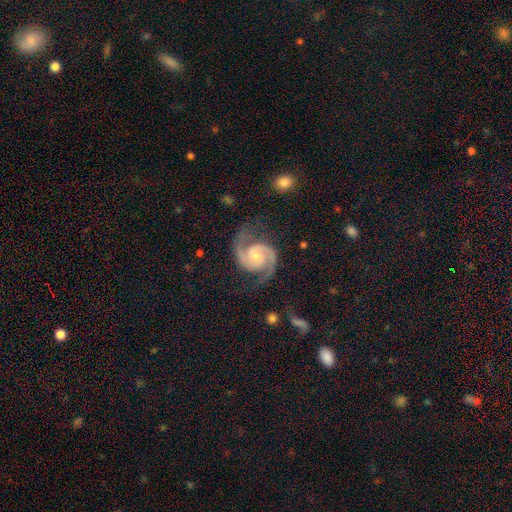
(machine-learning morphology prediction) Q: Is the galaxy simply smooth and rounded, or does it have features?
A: featured or disk — 94%.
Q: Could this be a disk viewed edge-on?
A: no — 98%.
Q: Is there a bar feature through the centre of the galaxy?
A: no — 49%.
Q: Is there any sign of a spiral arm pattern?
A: yes — 99%.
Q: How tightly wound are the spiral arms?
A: medium — 62%.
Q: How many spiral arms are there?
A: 2 — 95%.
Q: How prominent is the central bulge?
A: moderate — 46%.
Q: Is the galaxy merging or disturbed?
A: none — 78%.